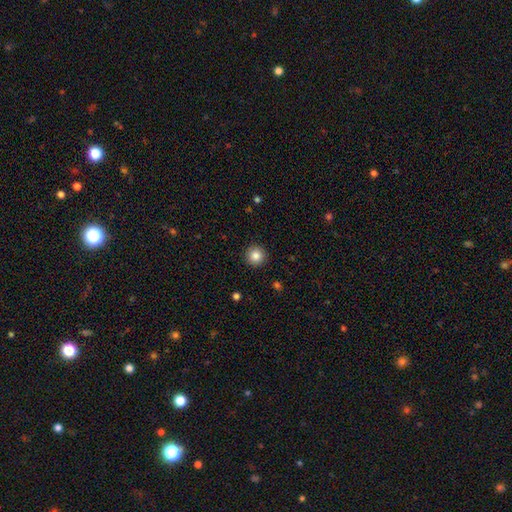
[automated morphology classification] Smooth or featured? Predicted: smooth (p=0.84). How rounded? Predicted: round (p=0.95). Merging? Predicted: none (p=0.93).